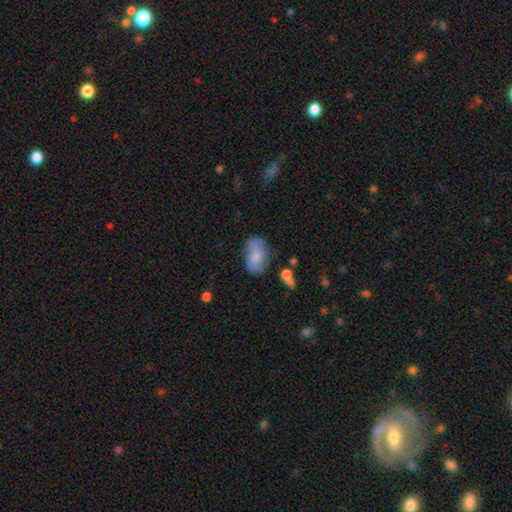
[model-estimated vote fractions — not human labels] Q: Smooth or featured?
A: smooth (65%); runner-up: featured or disk (27%)
Q: How rounded?
A: in between (87%); runner-up: round (11%)
Q: Merging?
A: none (55%); runner-up: minor disturbance (29%)